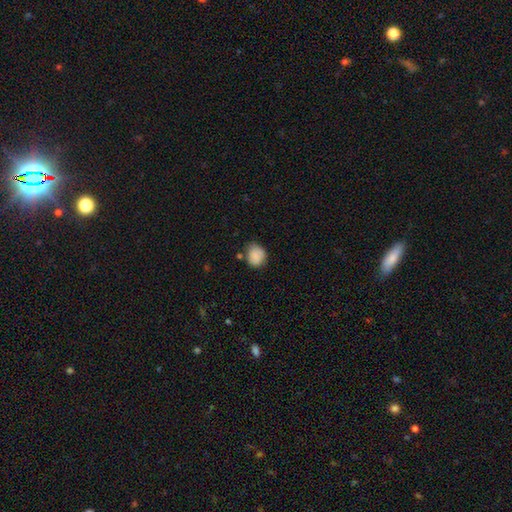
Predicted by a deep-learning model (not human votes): This is clearly a smooth galaxy (86%). How rounded: likely round (66%). Merging: likely none (66%).